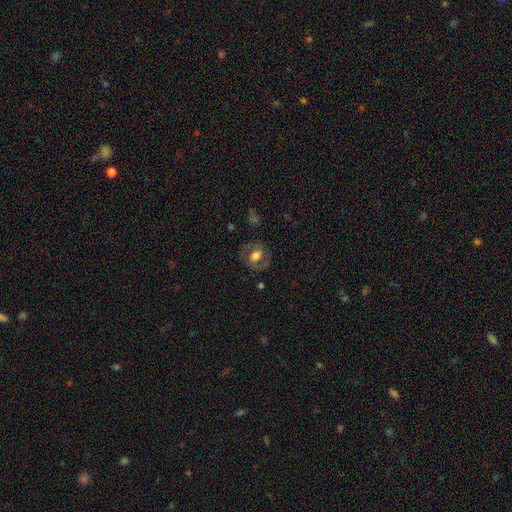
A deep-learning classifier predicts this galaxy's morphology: A featured or disk galaxy (49%).

Vote fractions:
- Smooth or featured? featured or disk: 49% / smooth: 43% / star or artifact: 8%
- Merging? none: 78% / minor disturbance: 14% / major disturbance: 7% / merger: 1%